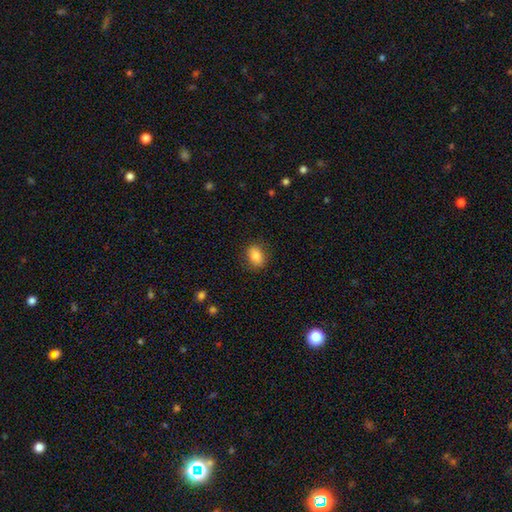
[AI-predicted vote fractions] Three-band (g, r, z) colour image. It shows a smooth galaxy with no disk features (84%) that is in between round and cigar-shaped (67%). Merging: none (85%).